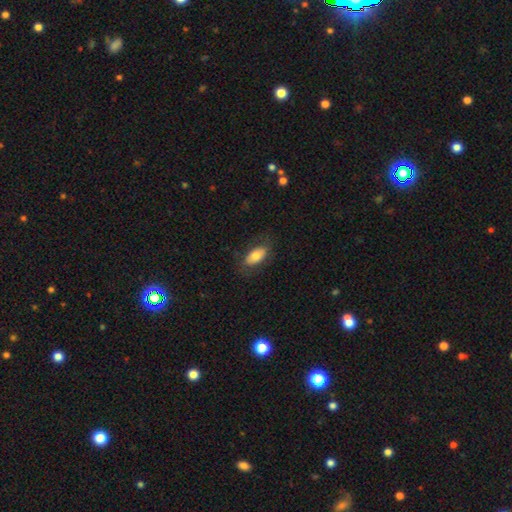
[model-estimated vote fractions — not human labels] This is likely a smooth galaxy (73%). How rounded: clearly in between (91%). Merging: likely none (79%).